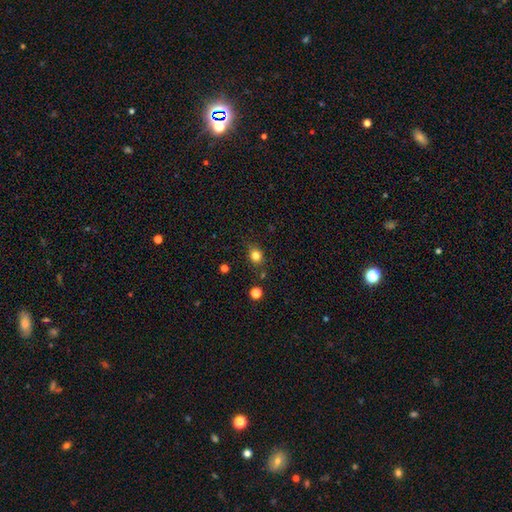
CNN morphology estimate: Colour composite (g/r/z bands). It shows a smooth galaxy with no disk features (80%) that is round (69%). Merging: none (79%).